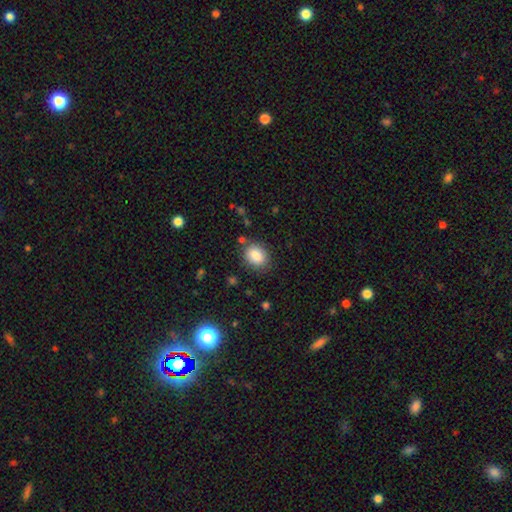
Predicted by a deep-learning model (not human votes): Morphology: type=smooth (84%); roundness=in between (61%); merging=none (82%).